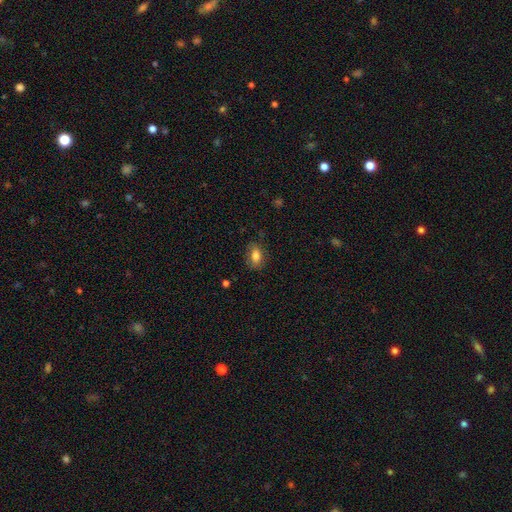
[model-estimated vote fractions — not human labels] A smooth galaxy with no disk features (78%) that is in between round and cigar-shaped (83%).

Vote fractions:
- Smooth or featured? smooth: 78% / featured or disk: 14% / star or artifact: 8%
- How rounded? in between: 83% / round: 15% / cigar-shaped: 2%
- Merging? none: 77% / minor disturbance: 17% / major disturbance: 5% / merger: 1%